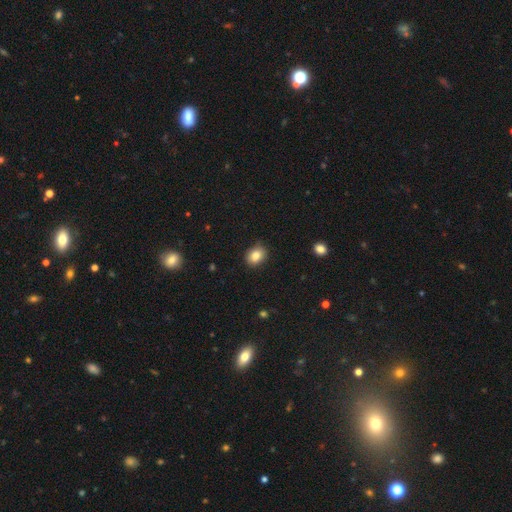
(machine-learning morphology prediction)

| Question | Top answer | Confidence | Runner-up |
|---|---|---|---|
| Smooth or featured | smooth | 84% | star or artifact (9%) |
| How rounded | in between | 60% | round (39%) |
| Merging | none | 85% | minor disturbance (12%) |